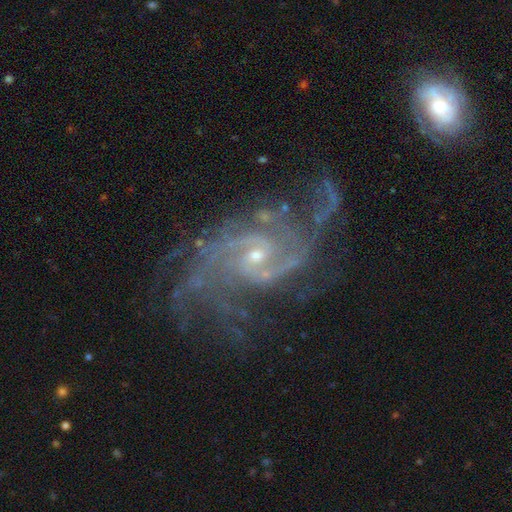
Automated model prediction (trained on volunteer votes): The model was most divided on "bar": no: 46%, weak: 42%, strong: 12%. Remaining: edge-on disk — no (98%); spiral arms — yes (97%); smooth or featured — featured or disk (90%); bulge size — small (72%); merging — none (51%); spiral winding — medium (47%); spiral arm count — 2 (44%).